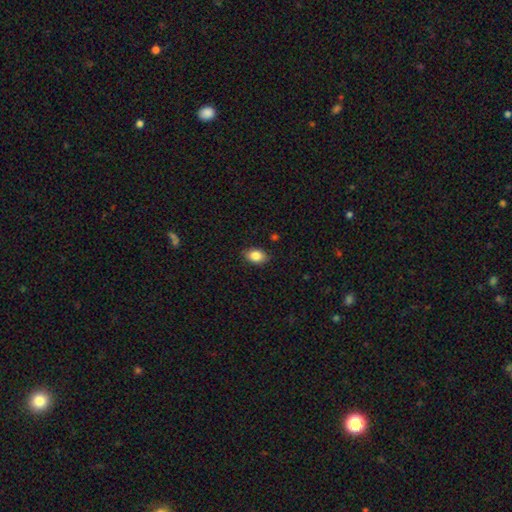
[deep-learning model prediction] A smooth galaxy with no disk features (85%) that is in between round and cigar-shaped (85%). Merging: none (86%).